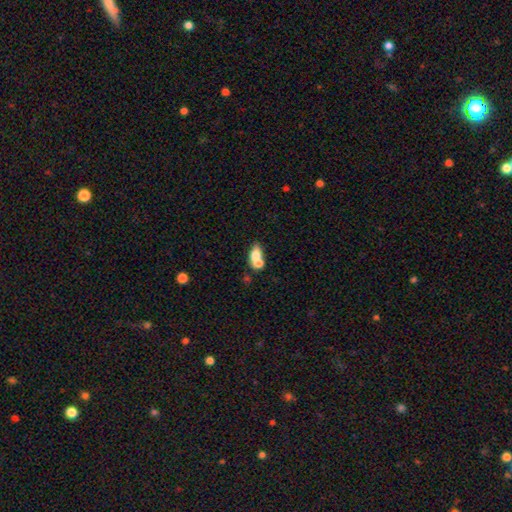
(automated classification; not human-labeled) Smooth or featured? smooth (69%)
How rounded? in between (76%)
Merging? merger (63%)